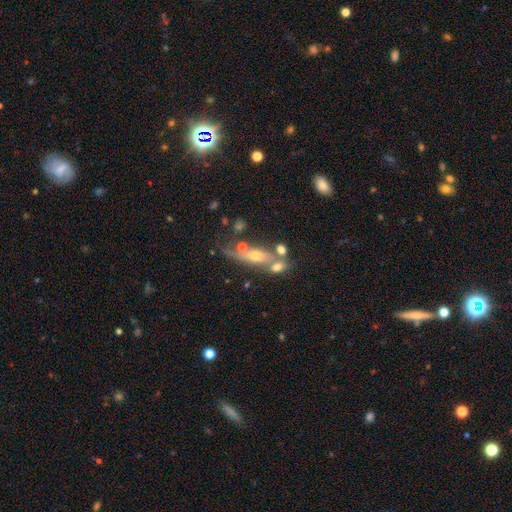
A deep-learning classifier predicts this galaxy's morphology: featured or disk 54%, smooth 34%, star or artifact 12%. Down the decision tree: edge-on disk — no (52%); merging — none (42%).